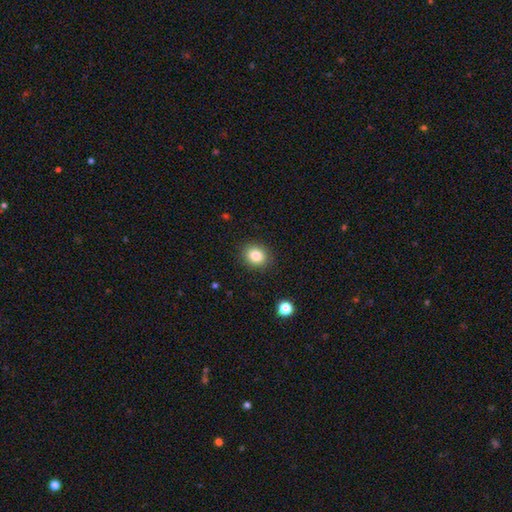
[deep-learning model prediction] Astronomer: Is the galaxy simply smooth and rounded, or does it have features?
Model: smooth — 83%.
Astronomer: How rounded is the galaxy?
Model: round — 69%.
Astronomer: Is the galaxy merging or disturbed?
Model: none — 89%.